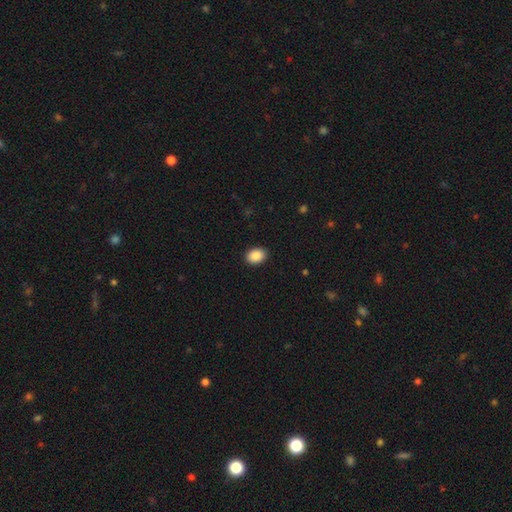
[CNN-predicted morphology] The model was most divided on "how rounded": in between: 73%, round: 26%, cigar-shaped: 1%. More confident: merging — none (91%); smooth or featured — smooth (89%).